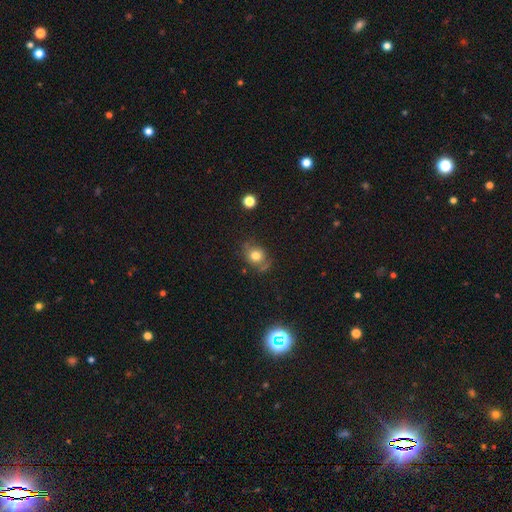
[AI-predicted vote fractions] Morphology: type=smooth (68%); roundness=round (57%); merging=none (64%).